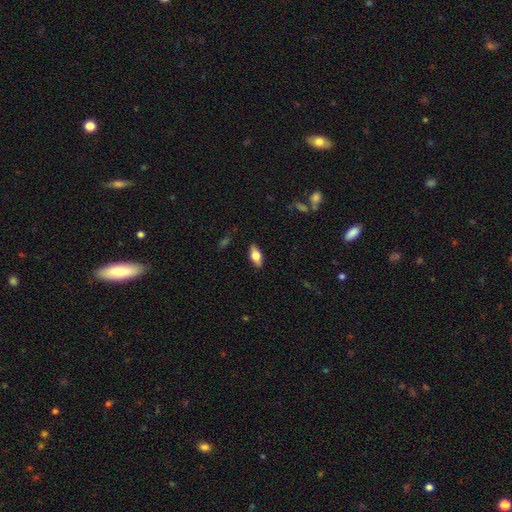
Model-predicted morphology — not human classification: smooth-or-featured: smooth: 63% | featured or disk: 30% | star or artifact: 7%
  how-rounded: in between: 81% | cigar-shaped: 16% | round: 3%
  merging: none: 87% | minor disturbance: 9% | major disturbance: 2% | merger: 1%